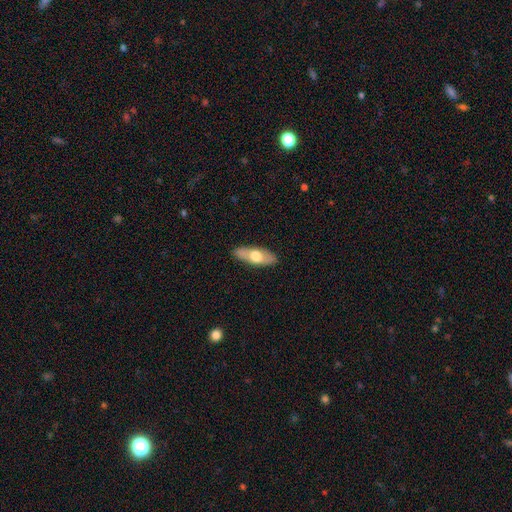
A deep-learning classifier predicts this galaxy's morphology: smooth-or-featured: smooth: 57% | featured or disk: 37% | star or artifact: 5%
  how-rounded: in between: 65% | cigar-shaped: 33% | round: 3%
  merging: none: 87% | minor disturbance: 10% | major disturbance: 2% | merger: 1%